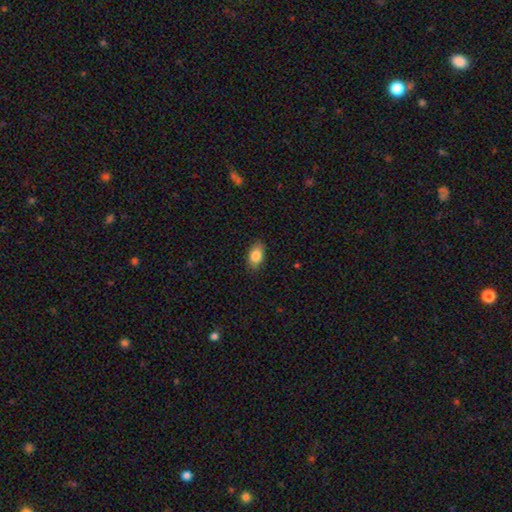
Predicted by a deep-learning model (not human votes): Smooth or featured? smooth (85%)
How rounded? in between (90%)
Merging? none (87%)